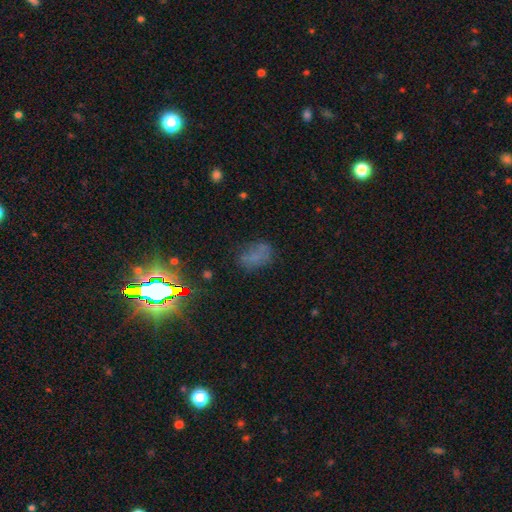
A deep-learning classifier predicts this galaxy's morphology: This appears to be a smooth galaxy with no disk features (50%). Merging: none (55%).